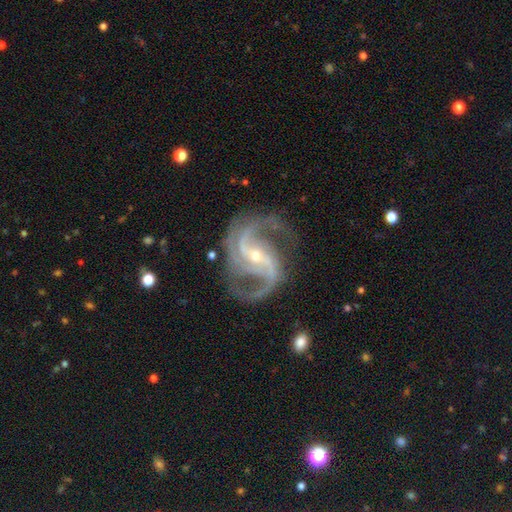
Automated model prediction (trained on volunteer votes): Q: Smooth or featured?
A: featured or disk (93%); runner-up: star or artifact (5%)
Q: Edge-on disk?
A: no (98%); runner-up: yes (2%)
Q: Bar?
A: strong (37%); tied with: weak (37%)
Q: Spiral arms?
A: yes (99%); runner-up: no (1%)
Q: Spiral winding?
A: medium (58%); runner-up: loose (27%)
Q: Spiral arm count?
A: 2 (56%); runner-up: 3 (26%)
Q: Bulge size?
A: small (71%); runner-up: moderate (26%)
Q: Merging?
A: none (73%); runner-up: minor disturbance (16%)